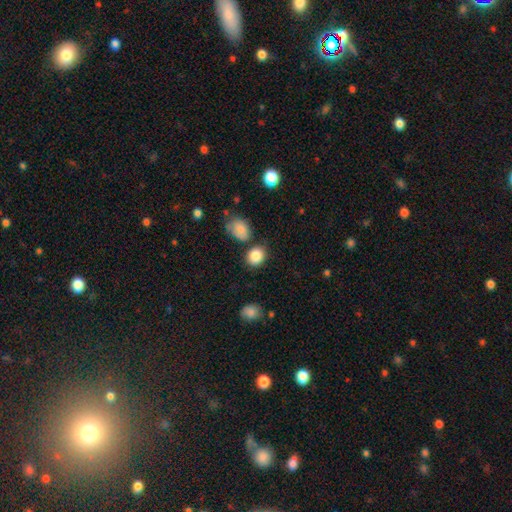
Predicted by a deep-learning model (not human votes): This appears to be a smooth galaxy with no disk features (86%) that is round (70%). Merging: none (75%).